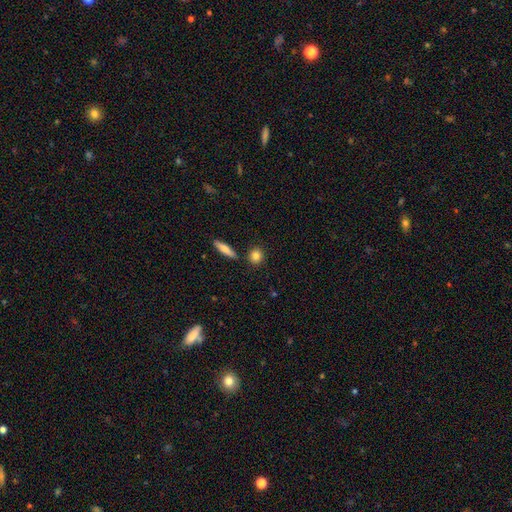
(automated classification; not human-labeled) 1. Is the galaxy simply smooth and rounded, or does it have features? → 84% smooth, 8% star or artifact, 8% featured or disk.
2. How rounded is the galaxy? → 74% round, 21% in between, 5% cigar-shaped.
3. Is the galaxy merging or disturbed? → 84% none, 8% minor disturbance, 6% merger, 2% major disturbance.